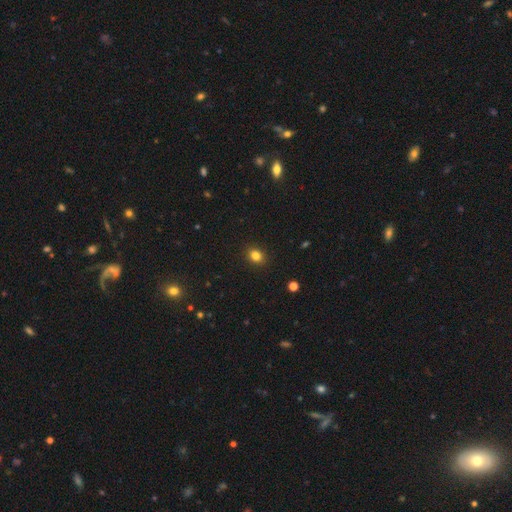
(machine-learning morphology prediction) A smooth galaxy with no disk features (83%) that is round (51%).

Vote fractions:
- Smooth or featured? smooth: 83% / star or artifact: 12% / featured or disk: 5%
- How rounded? round: 51% / in between: 48% / cigar-shaped: 1%
- Merging? none: 90% / minor disturbance: 7% / major disturbance: 2% / merger: 1%